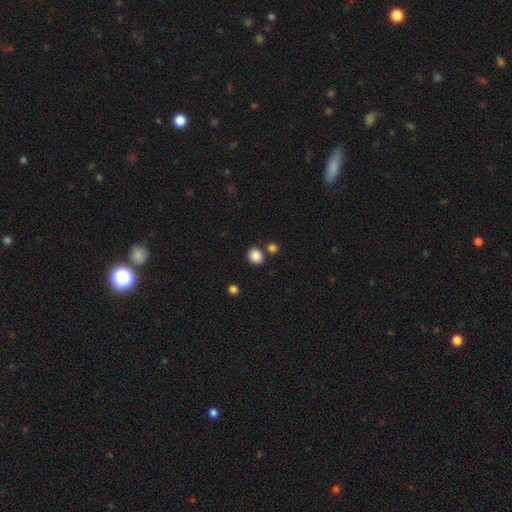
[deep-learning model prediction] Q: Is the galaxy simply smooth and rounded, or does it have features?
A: smooth — 87%.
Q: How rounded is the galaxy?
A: round — 61%.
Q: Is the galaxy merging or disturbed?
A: none — 78%.